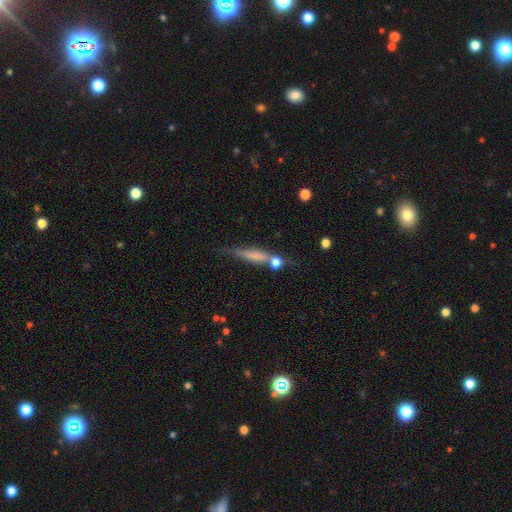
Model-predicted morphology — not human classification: Overall: smooth (47%; featured or disk 43%). Merging: none (51%; minor disturbance 19%).